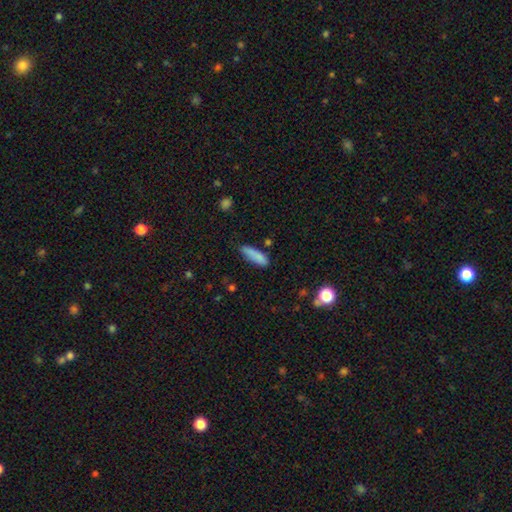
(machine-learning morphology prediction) Smooth or featured? Predicted: smooth (p=0.84). How rounded? Predicted: cigar-shaped (p=0.61). Merging? Predicted: none (p=0.72).